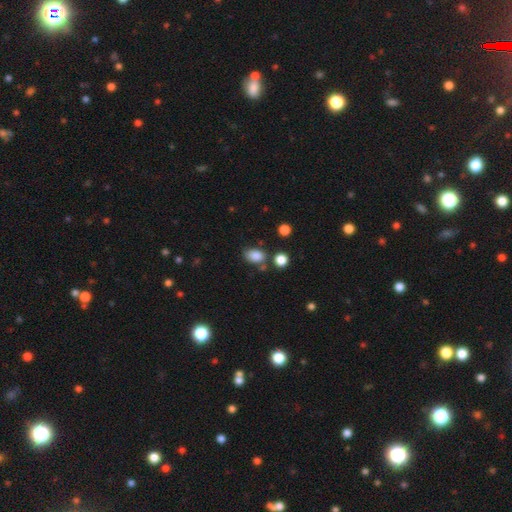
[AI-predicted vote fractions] Smooth or featured? Predicted: smooth (p=0.84). How rounded? Predicted: in between (p=0.83). Merging? Predicted: none (p=0.68).